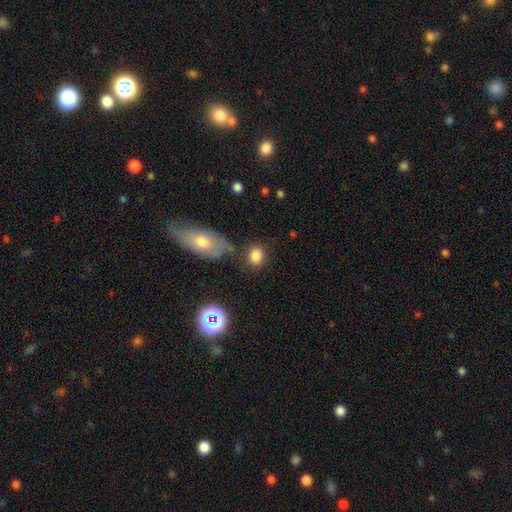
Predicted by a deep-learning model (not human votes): This appears to be a smooth galaxy with no disk features (84%) that is round (51%). Merging: none (73%).